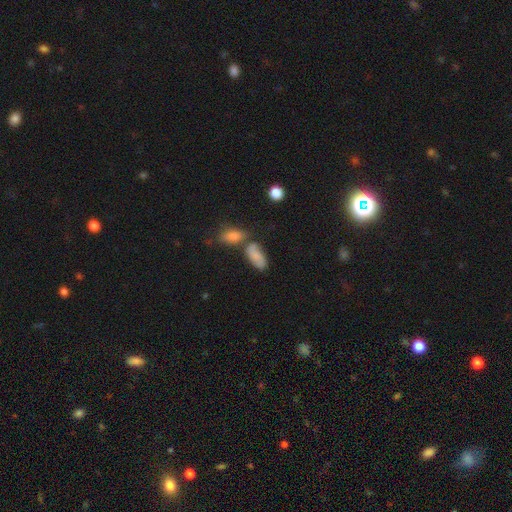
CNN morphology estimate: smooth 69%, featured or disk 22%, star or artifact 9%. Down the decision tree: how rounded — in between (87%); merging — none (49%).